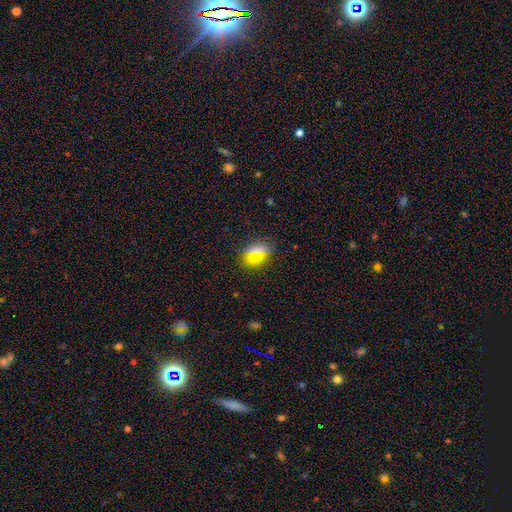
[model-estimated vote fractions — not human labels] A smooth galaxy with no disk features (73%) that is in between round and cigar-shaped (68%). Merging: none (85%).